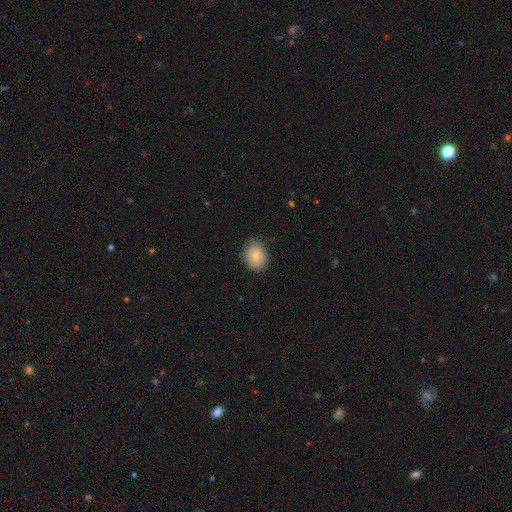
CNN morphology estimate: smooth_or_featured: smooth (p=0.82) [alt: featured or disk p=0.09]
how_rounded: in between (p=0.57) [alt: round p=0.42]
merging: none (p=0.82) [alt: minor disturbance p=0.14]